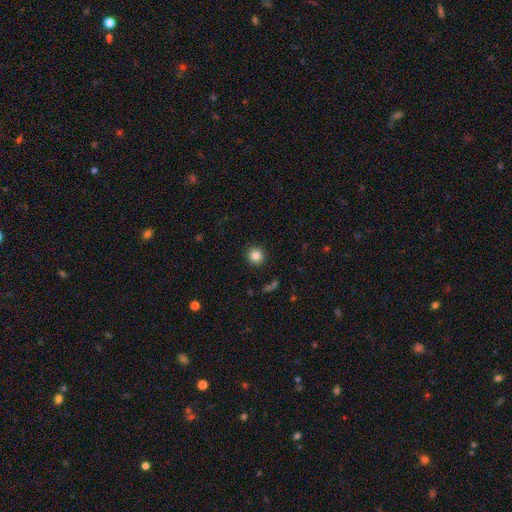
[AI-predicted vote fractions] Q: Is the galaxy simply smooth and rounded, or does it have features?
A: smooth — 84%.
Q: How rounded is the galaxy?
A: round — 94%.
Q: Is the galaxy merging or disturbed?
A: none — 92%.